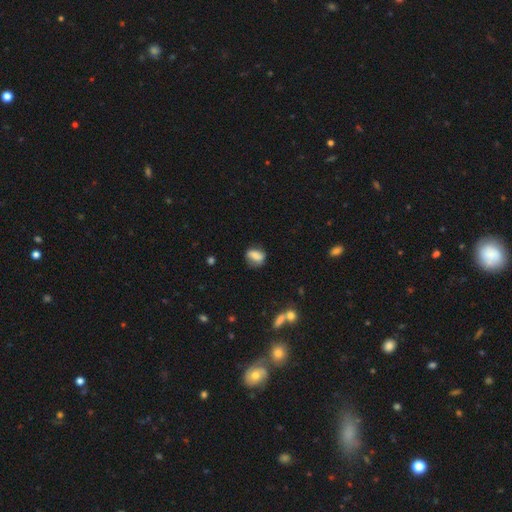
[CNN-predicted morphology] Smooth or featured: smooth — 76% (featured or disk — 15%)
How rounded: in between — 68% (round — 28%)
Merging: none — 58% (minor disturbance — 29%)